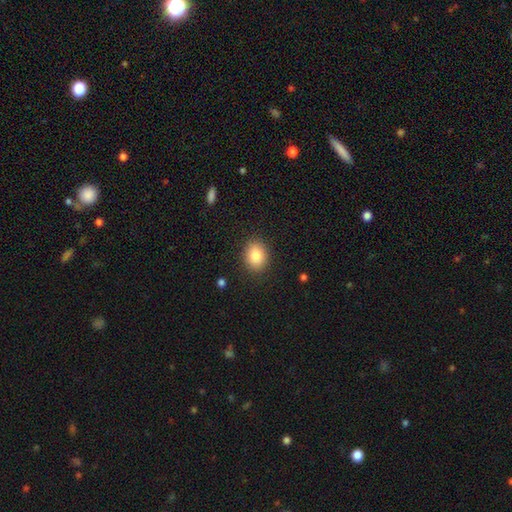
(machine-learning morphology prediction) This is clearly a smooth galaxy (86%). How rounded: possibly in between (55%). Merging: clearly none (87%).